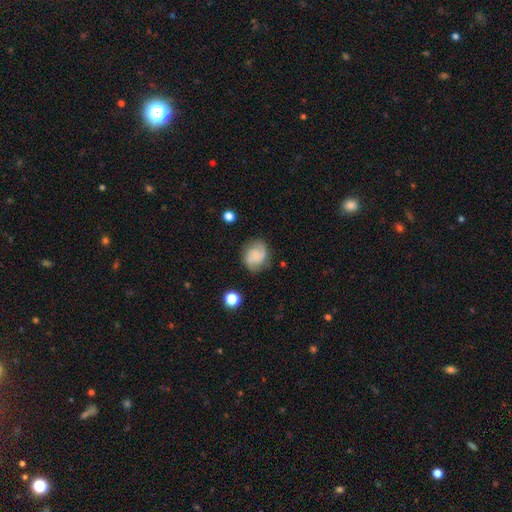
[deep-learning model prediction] A featured or disk galaxy (52%) with no bar (64%), spiral arms (91%) and no central bulge (49%).

Vote fractions:
- Smooth or featured? featured or disk: 52% / smooth: 39% / star or artifact: 9%
- Edge-on disk? no: 98% / yes: 2%
- Bar? no: 64% / weak: 31% / strong: 6%
- Spiral arms? yes: 91% / no: 9%
- Bulge size? none: 49% / small: 34% / moderate: 12% / large: 3% / dominant: 2%
- Merging? none: 74% / minor disturbance: 17% / major disturbance: 6% / merger: 2%